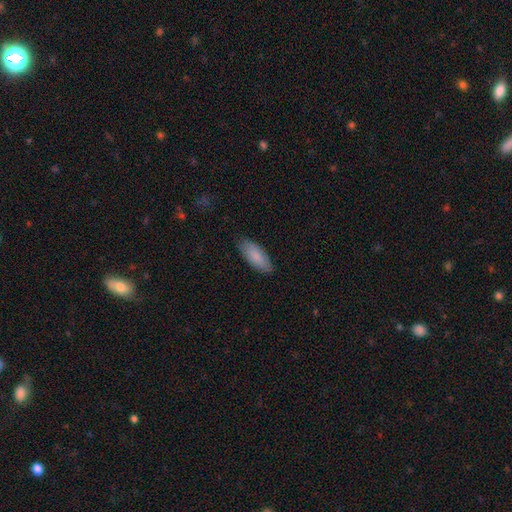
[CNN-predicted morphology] type=smooth (85%); roundness=in between (81%); merging=none (84%).